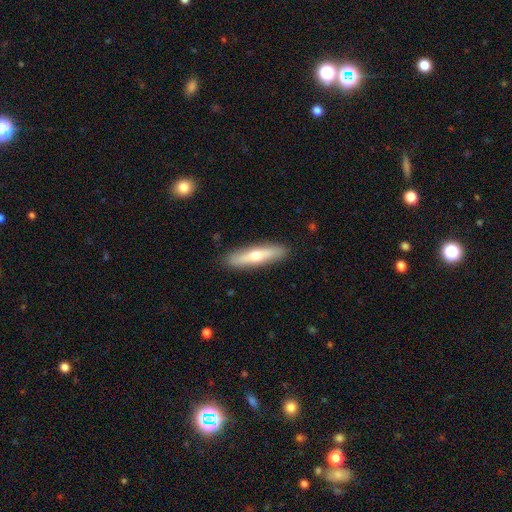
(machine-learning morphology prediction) This appears to be a smooth galaxy with no disk features (53%) that is cigar-shaped (78%). Merging: none (89%).